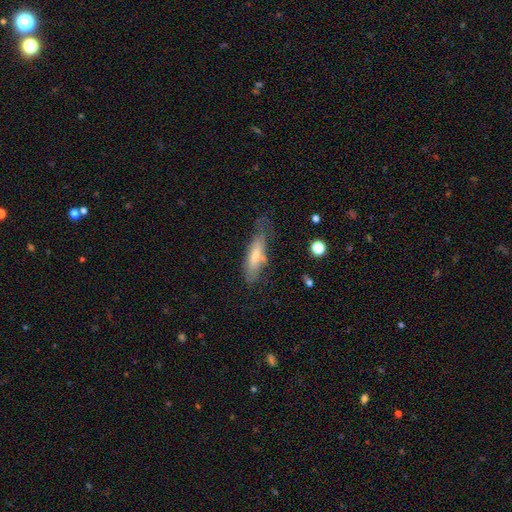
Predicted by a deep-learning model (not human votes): Smooth or featured? smooth (61%)
How rounded? cigar-shaped (51%)
Merging? none (49%)